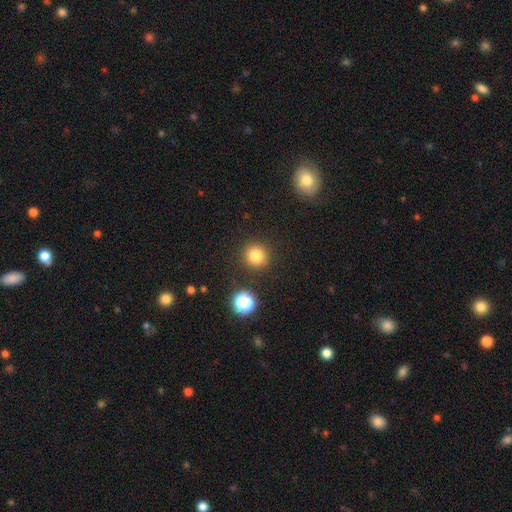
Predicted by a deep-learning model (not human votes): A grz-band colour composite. It shows a smooth galaxy with no disk features (80%) that is round (93%). Merging: none (88%).